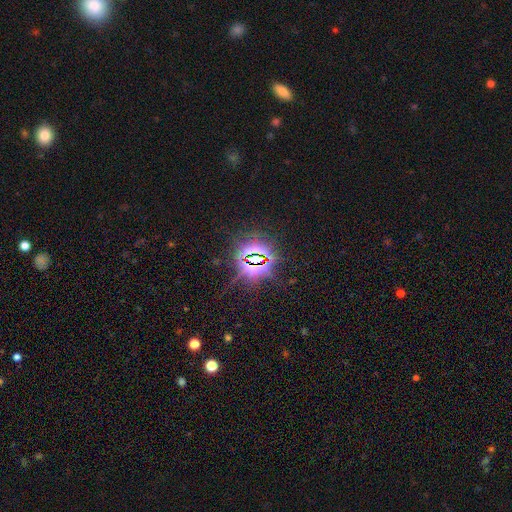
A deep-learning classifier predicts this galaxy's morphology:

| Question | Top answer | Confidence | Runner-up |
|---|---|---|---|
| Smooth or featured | star or artifact | 83% | smooth (9%) |